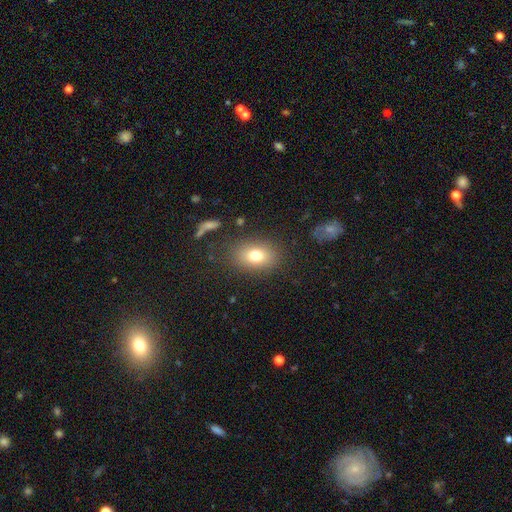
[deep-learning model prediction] smooth-or-featured: smooth: 76% | featured or disk: 13% | star or artifact: 11%
  how-rounded: in between: 76% | round: 23% | cigar-shaped: 2%
  merging: none: 82% | minor disturbance: 11% | major disturbance: 5% | merger: 2%